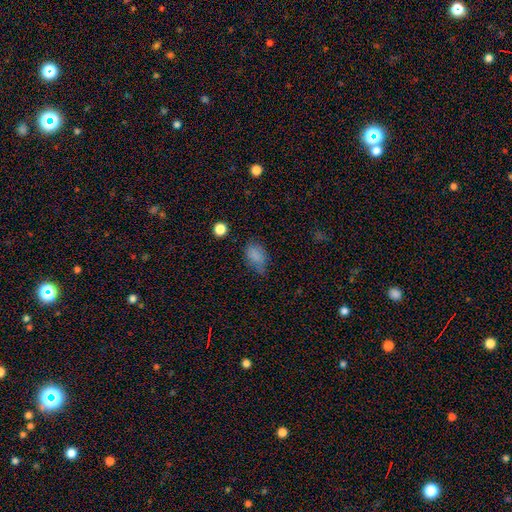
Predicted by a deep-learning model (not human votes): Morphology: type=smooth (78%); roundness=in between (85%); merging=none (58%).